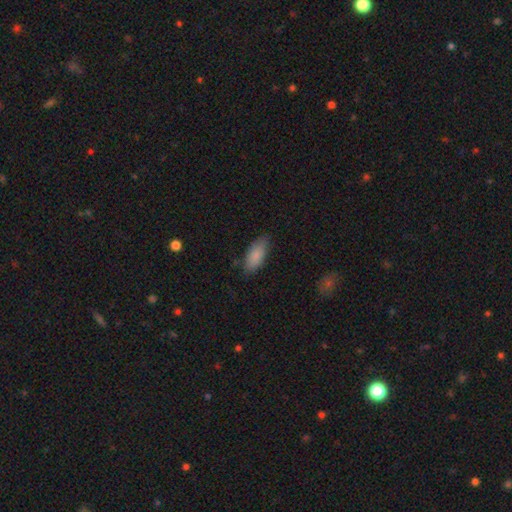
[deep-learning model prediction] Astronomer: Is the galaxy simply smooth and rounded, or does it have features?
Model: smooth — 86%.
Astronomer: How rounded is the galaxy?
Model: in between — 86%.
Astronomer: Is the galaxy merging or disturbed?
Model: none — 77%.